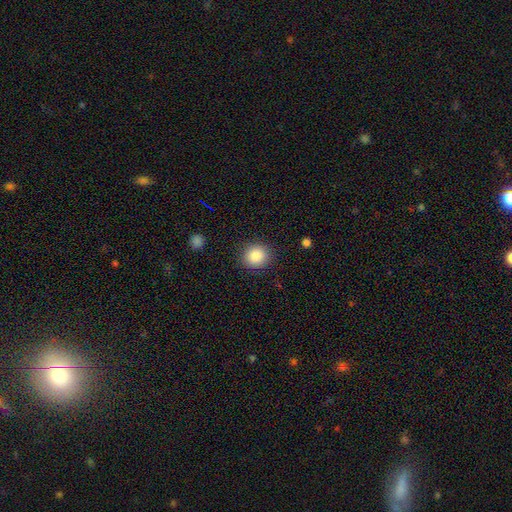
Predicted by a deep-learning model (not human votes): smooth-or-featured: smooth: 87% | star or artifact: 9% | featured or disk: 5%
  how-rounded: round: 81% | in between: 18% | cigar-shaped: 1%
  merging: none: 88% | minor disturbance: 8% | major disturbance: 3% | merger: 1%